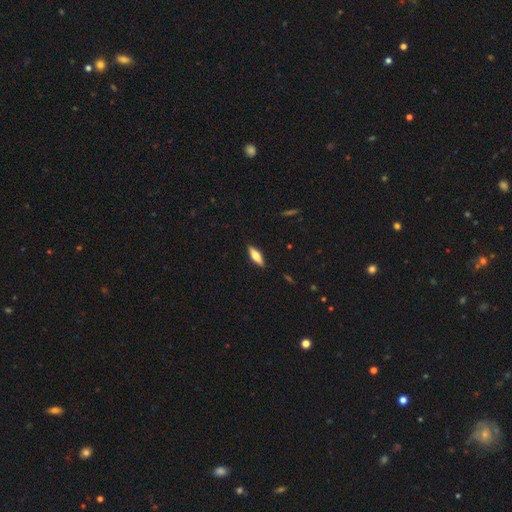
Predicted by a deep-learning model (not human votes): Overall: smooth (55%; featured or disk 38%). How rounded: in between (50%; cigar-shaped 47%). Merging: none (89%).